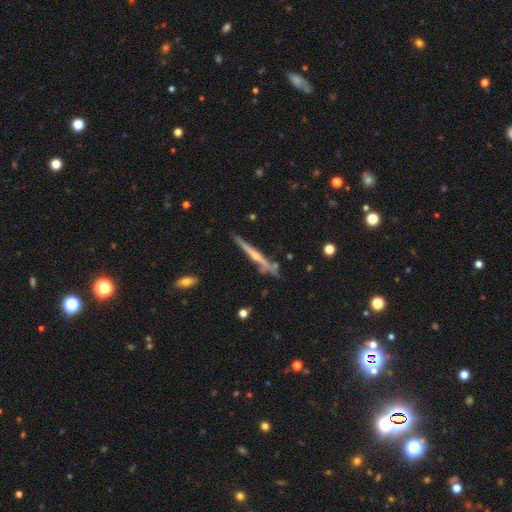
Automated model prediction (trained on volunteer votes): smooth-or-featured: featured or disk: 74% | smooth: 19% | star or artifact: 7%
  disk-edge-on: yes: 97% | no: 3%
    edge-on-bulge: rounded: 73% | none: 22% | boxy: 5%
  merging: none: 78% | minor disturbance: 15% | merger: 4% | major disturbance: 3%